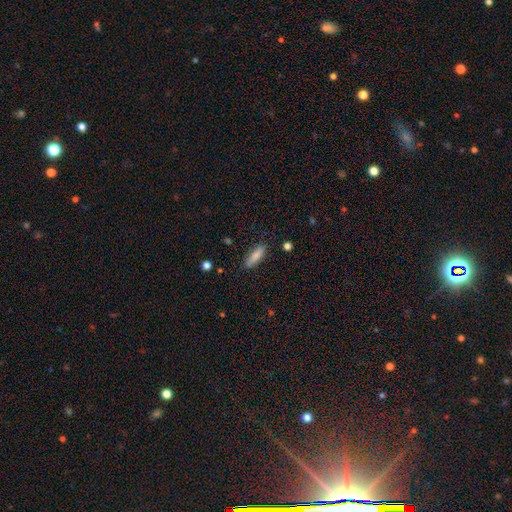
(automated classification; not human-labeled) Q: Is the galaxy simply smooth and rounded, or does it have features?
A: smooth — 82%.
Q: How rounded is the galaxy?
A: cigar-shaped — 55%.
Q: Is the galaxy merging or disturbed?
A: none — 86%.